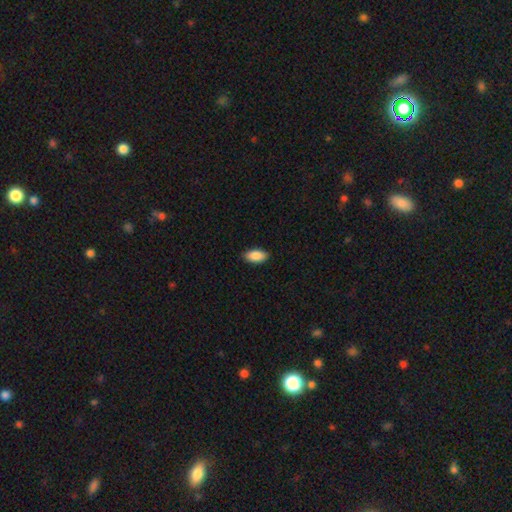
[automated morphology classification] Smooth or featured: smooth — 89% (star or artifact — 6%)
How rounded: in between — 92% (cigar-shaped — 5%)
Merging: none — 88% (minor disturbance — 9%)